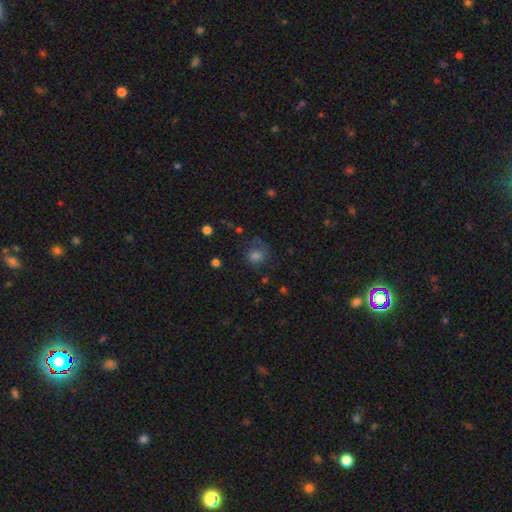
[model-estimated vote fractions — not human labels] Smooth or featured? smooth (66%)
How rounded? round (72%)
Merging? none (47%)